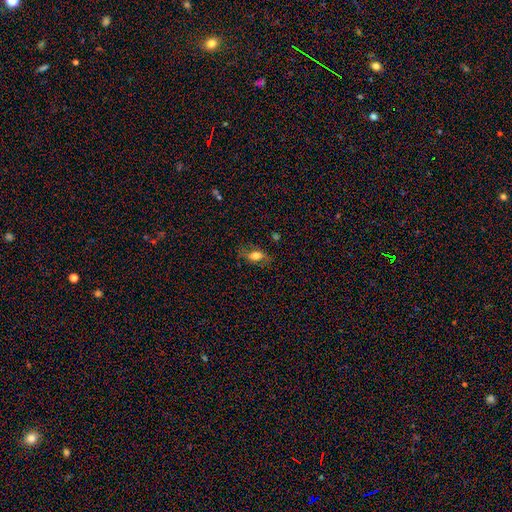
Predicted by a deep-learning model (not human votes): smooth-or-featured: smooth: 65% | featured or disk: 25% | star or artifact: 10%
  how-rounded: in between: 81% | cigar-shaped: 11% | round: 8%
  merging: none: 73% | minor disturbance: 18% | major disturbance: 7% | merger: 2%